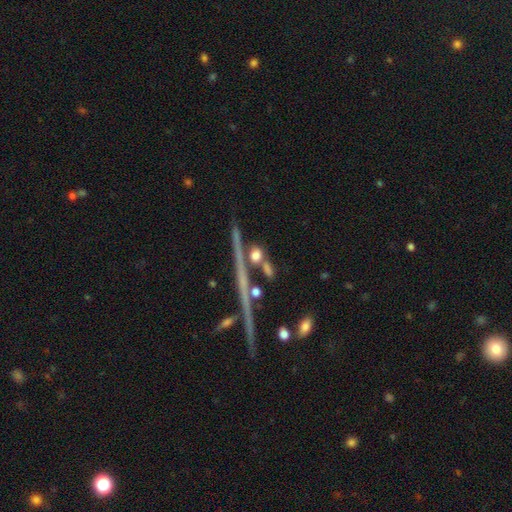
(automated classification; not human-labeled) Smooth or featured?
  - smooth: 51% *
  - featured or disk: 26%
  - star or artifact: 23%
How rounded?
  - round: 70% *
  - in between: 18%
  - cigar-shaped: 12%
Merging?
  - none: 71% *
  - merger: 13%
  - minor disturbance: 11%
  - major disturbance: 5%